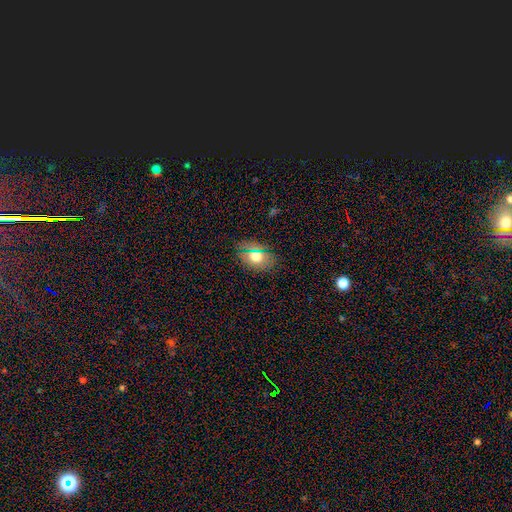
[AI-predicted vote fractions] A smooth galaxy with no disk features (69%) that is in between round and cigar-shaped (76%).

Vote fractions:
- Smooth or featured? smooth: 69% / featured or disk: 17% / star or artifact: 14%
- How rounded? in between: 76% / round: 22% / cigar-shaped: 2%
- Merging? none: 84% / minor disturbance: 12% / major disturbance: 4% / merger: 1%